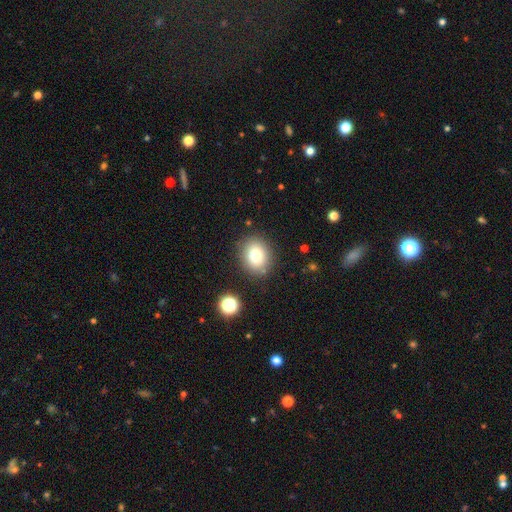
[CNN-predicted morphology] smooth_or_featured: smooth (p=0.78) [alt: star or artifact p=0.12]
how_rounded: round (p=0.64) [alt: in between p=0.35]
merging: none (p=0.84) [alt: minor disturbance p=0.10]